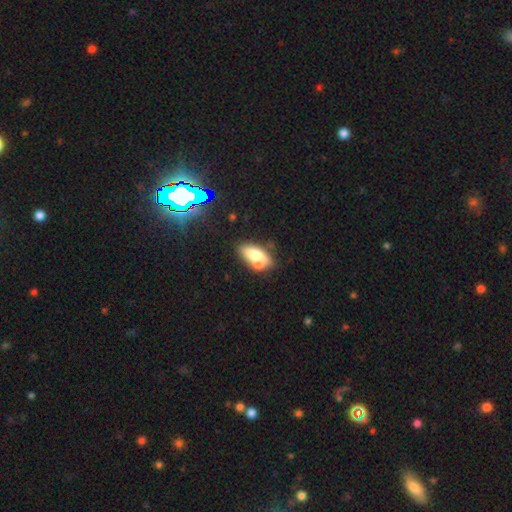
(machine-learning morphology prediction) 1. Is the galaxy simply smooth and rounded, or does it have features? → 70% smooth, 21% featured or disk, 9% star or artifact.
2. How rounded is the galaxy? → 83% in between, 14% cigar-shaped, 4% round.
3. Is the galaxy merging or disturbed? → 47% none, 30% merger, 17% minor disturbance, 6% major disturbance.